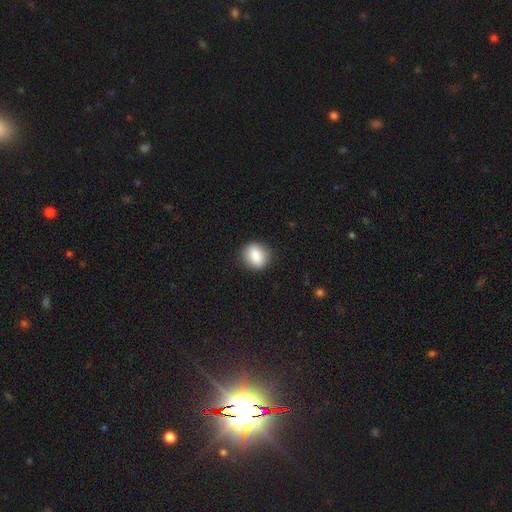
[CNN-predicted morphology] smooth-or-featured: smooth: 86% | star or artifact: 8% | featured or disk: 6%
  how-rounded: round: 59% | in between: 39% | cigar-shaped: 2%
  merging: none: 87% | minor disturbance: 9% | major disturbance: 2% | merger: 1%